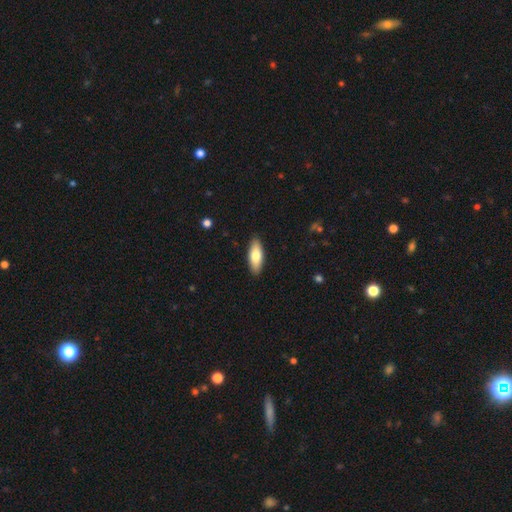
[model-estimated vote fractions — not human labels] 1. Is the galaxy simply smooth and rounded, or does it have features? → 77% smooth, 18% featured or disk, 6% star or artifact.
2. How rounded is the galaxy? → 69% in between, 29% cigar-shaped, 2% round.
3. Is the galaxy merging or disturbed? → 89% none, 8% minor disturbance, 2% major disturbance, 1% merger.